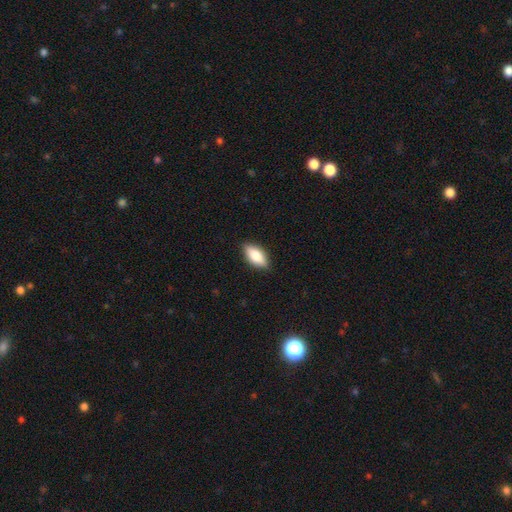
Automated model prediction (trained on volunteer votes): Q: Smooth or featured?
A: smooth (80%); runner-up: featured or disk (14%)
Q: How rounded?
A: in between (87%); runner-up: cigar-shaped (10%)
Q: Merging?
A: none (88%); runner-up: minor disturbance (9%)